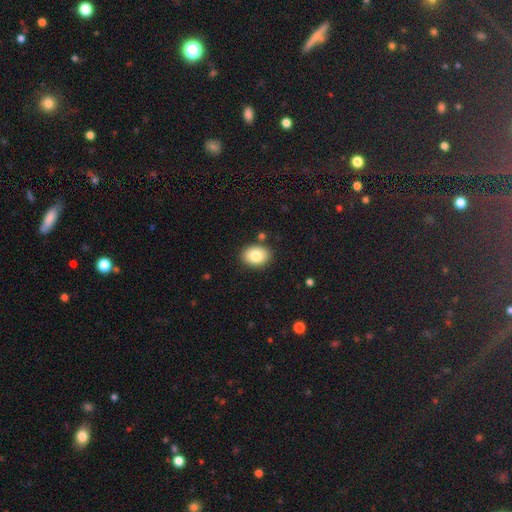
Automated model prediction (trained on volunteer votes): Smooth or featured? Predicted: smooth (p=0.83). How rounded? Predicted: in between (p=0.72). Merging? Predicted: none (p=0.85).